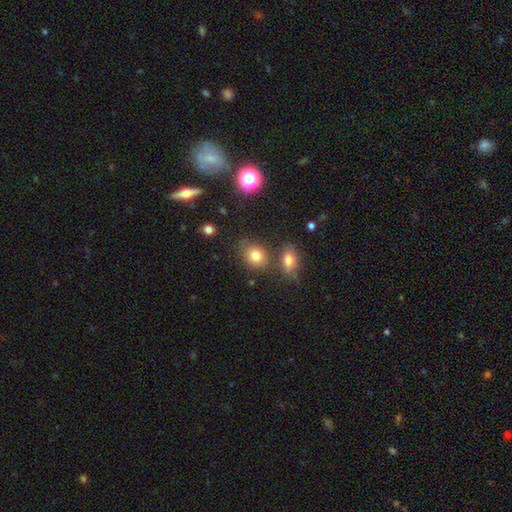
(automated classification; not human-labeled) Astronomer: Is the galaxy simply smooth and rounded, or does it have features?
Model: smooth — 79%.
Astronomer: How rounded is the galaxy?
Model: in between — 57% (runner-up: round, 42%).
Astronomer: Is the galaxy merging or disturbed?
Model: none — 65%.